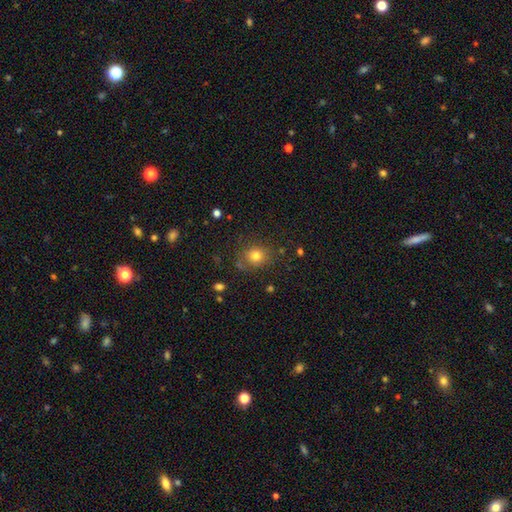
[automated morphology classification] Smooth or featured?
  - smooth: 78% *
  - star or artifact: 14%
  - featured or disk: 8%
How rounded?
  - round: 77% *
  - in between: 22%
  - cigar-shaped: 1%
Merging?
  - none: 78% *
  - minor disturbance: 13%
  - major disturbance: 5%
  - merger: 4%